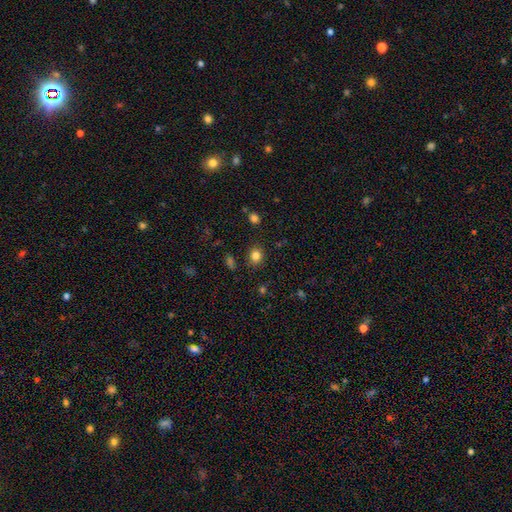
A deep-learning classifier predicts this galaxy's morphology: Smooth or featured? smooth (82%)
How rounded? round (67%)
Merging? none (84%)